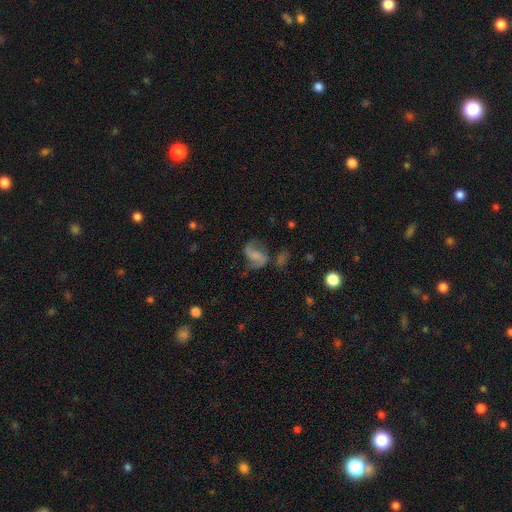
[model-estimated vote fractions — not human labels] The model was most divided on "bar": no: 44%, weak: 42%, strong: 15%. Remaining: edge-on disk — no (97%); spiral arms — yes (89%); spiral arm count — 2 (87%); smooth or featured — featured or disk (66%); spiral winding — loose (58%); merging — none (52%); bulge size — none (40%).